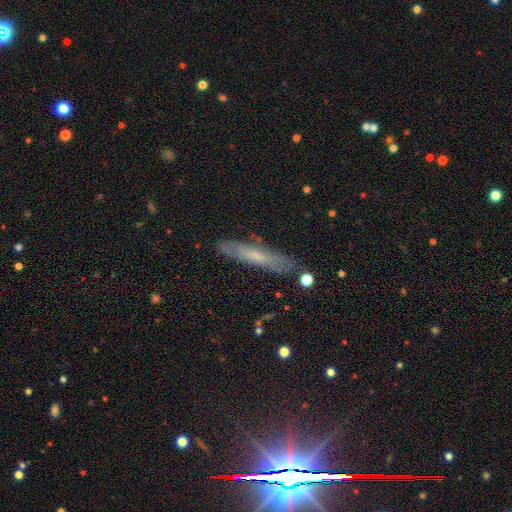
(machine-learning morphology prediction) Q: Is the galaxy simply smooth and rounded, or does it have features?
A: featured or disk — 47%.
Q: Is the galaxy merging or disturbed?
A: none — 82%.